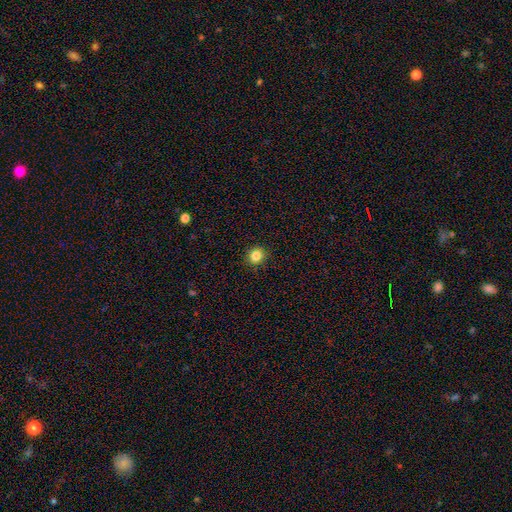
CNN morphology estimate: smooth 84%, star or artifact 11%, featured or disk 5%. Down the decision tree: how rounded — round (85%); merging — none (92%).